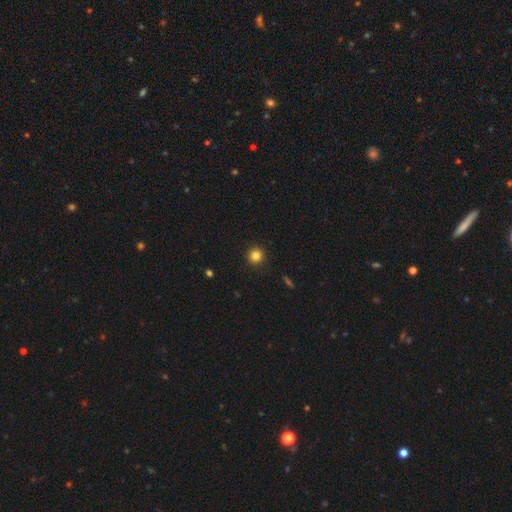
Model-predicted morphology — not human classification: The model was most divided on "smooth or featured": smooth: 83%, star or artifact: 12%, featured or disk: 5%. More confident: how rounded — round (94%); merging — none (92%).